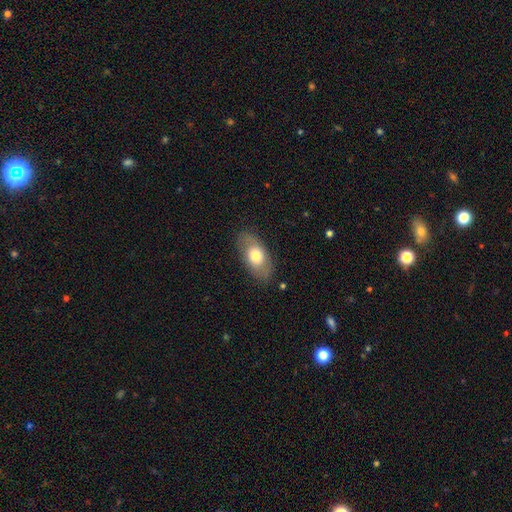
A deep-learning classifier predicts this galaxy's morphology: Overall: smooth (62%; featured or disk 32%). How rounded: in between (90%). Merging: none (82%).